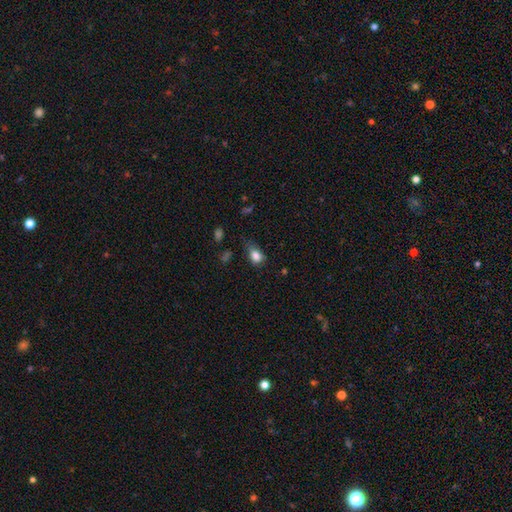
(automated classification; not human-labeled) A smooth galaxy with no disk features (83%) that is in between round and cigar-shaped (72%). Merging: none (42%).